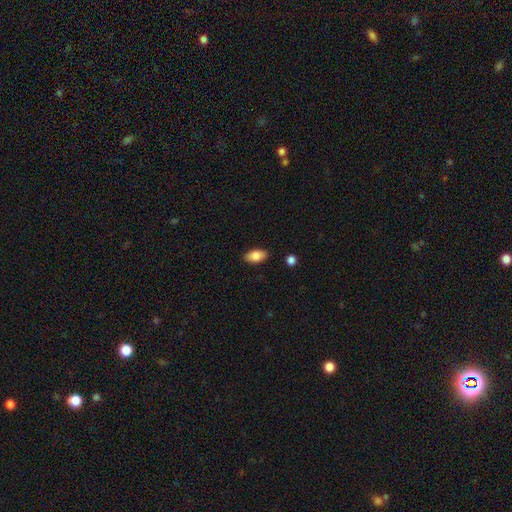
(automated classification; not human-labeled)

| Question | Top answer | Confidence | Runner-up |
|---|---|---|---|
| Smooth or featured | smooth | 84% | featured or disk (9%) |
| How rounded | in between | 93% | round (4%) |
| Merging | none | 88% | minor disturbance (9%) |